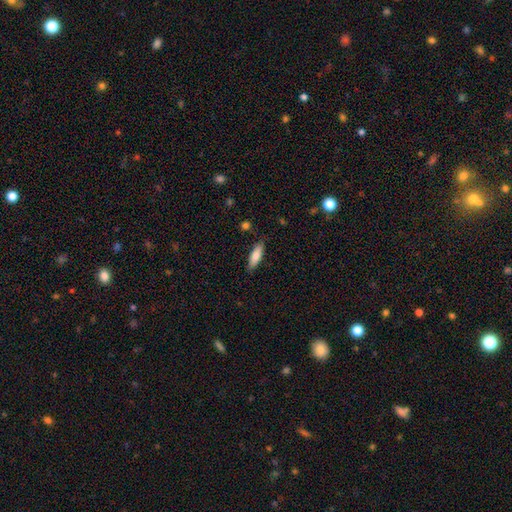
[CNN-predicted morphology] smooth_or_featured: smooth (p=0.79) [alt: featured or disk p=0.15]
how_rounded: cigar-shaped (p=0.50) [alt: in between p=0.48]
merging: none (p=0.84) [alt: minor disturbance p=0.12]